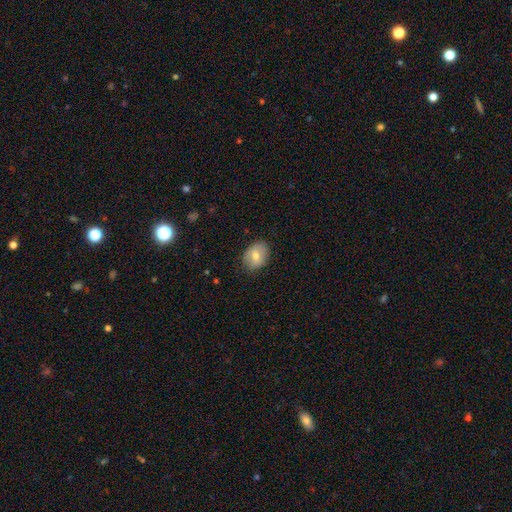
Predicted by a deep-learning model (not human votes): Smooth or featured: smooth — 68% (featured or disk — 24%)
How rounded: in between — 68% (round — 31%)
Merging: none — 83% (minor disturbance — 13%)